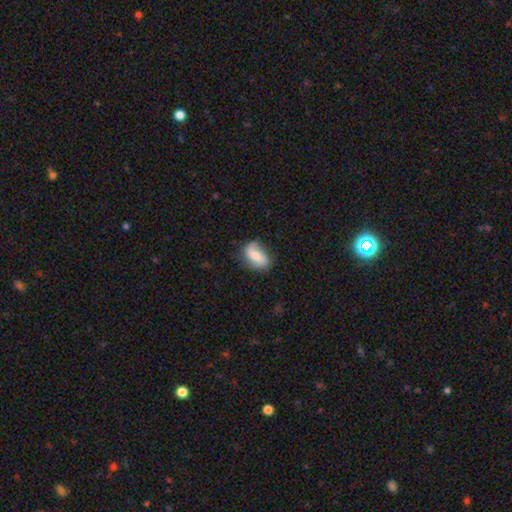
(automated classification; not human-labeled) A smooth galaxy with no disk features (50%) that is in between round and cigar-shaped (85%).

Vote fractions:
- Smooth or featured? smooth: 50% / featured or disk: 43% / star or artifact: 7%
- How rounded? in between: 85% / round: 11% / cigar-shaped: 3%
- Merging? none: 60% / minor disturbance: 28% / major disturbance: 10% / merger: 2%